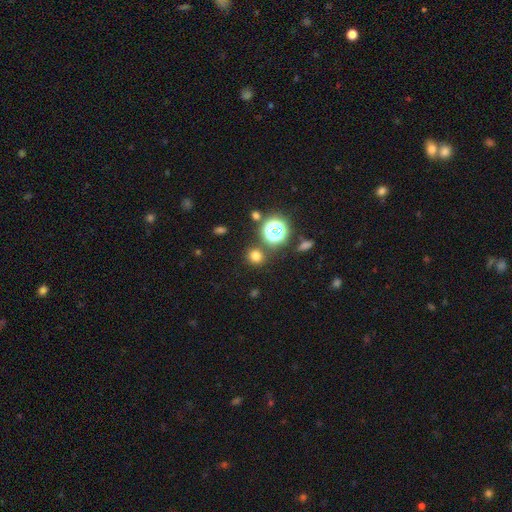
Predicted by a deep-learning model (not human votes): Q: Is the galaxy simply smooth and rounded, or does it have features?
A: smooth — 71%.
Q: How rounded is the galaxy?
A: round — 87%.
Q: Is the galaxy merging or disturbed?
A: none — 84%.